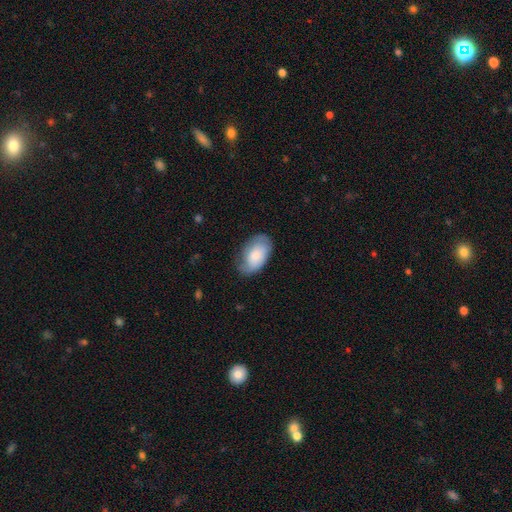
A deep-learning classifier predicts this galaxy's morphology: smooth 70%, featured or disk 24%, star or artifact 6%. Down the decision tree: how rounded — in between (93%); merging — none (65%).